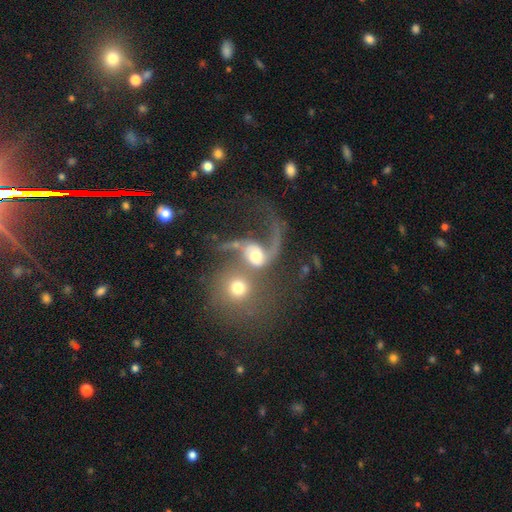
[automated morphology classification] A featured or disk galaxy (66%) with no bar (64%), 2 (52%) loose (76%) spiral arms (86%) and a moderate central bulge (51%).

Vote fractions:
- Smooth or featured? featured or disk: 66% / smooth: 24% / star or artifact: 10%
- Edge-on disk? no: 97% / yes: 3%
- Bar? no: 64% / weak: 27% / strong: 9%
- Spiral arms? yes: 86% / no: 14%
- Spiral winding? loose: 76% / medium: 20% / tight: 5%
- Spiral arm count? 2: 52% / 1: 40% / can't tell: 5% / 3: 1% / 4: 1% / more than 4: 1%
- Bulge size? moderate: 51% / large: 26% / small: 15% / dominant: 5% / none: 3%
- Merging? merger: 61% / major disturbance: 19% / none: 14% / minor disturbance: 6%